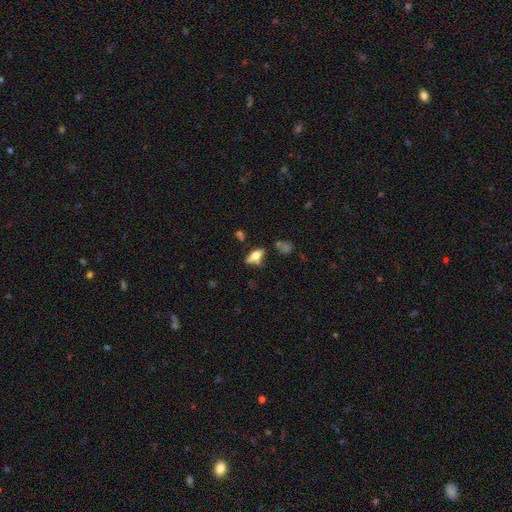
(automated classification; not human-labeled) A featured or disk galaxy (49%).

Vote fractions:
- Smooth or featured? featured or disk: 49% / smooth: 41% / star or artifact: 11%
- Merging? none: 63% / minor disturbance: 18% / merger: 10% / major disturbance: 9%